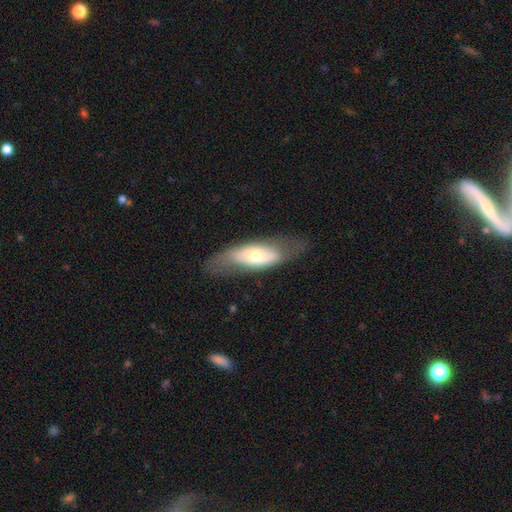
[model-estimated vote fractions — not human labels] Smooth or featured? featured or disk (47%, tied with smooth)
Merging? none (67%)